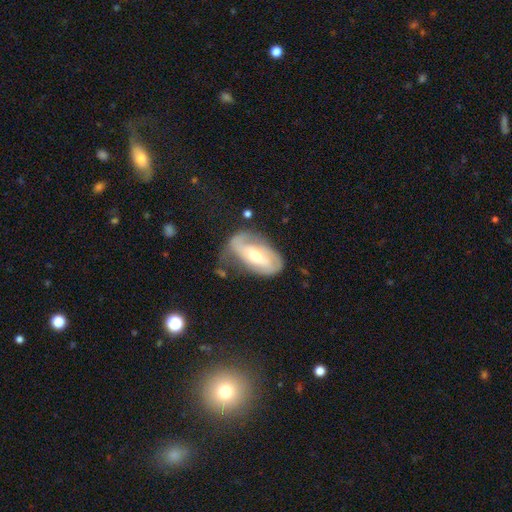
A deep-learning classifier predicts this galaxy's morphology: Smooth or featured? Predicted: featured or disk (p=0.67). Edge-on disk? Predicted: no (p=0.91). Bar? Predicted: weak (p=0.36). Spiral arms? Predicted: yes (p=0.74). Bulge size? Predicted: moderate (p=0.63). Merging? Predicted: none (p=0.46).